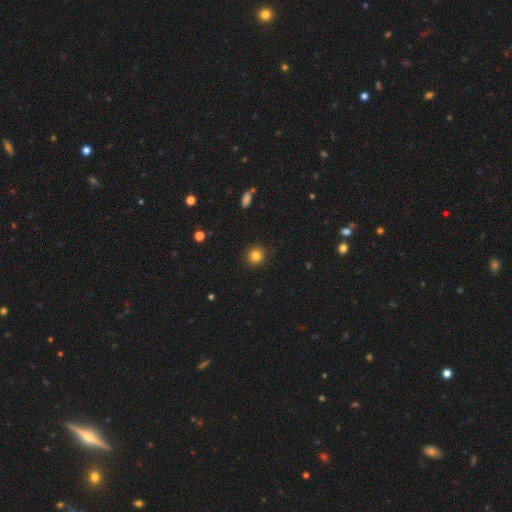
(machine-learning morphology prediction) A smooth galaxy with no disk features (82%) that is round (91%). Merging: none (91%).